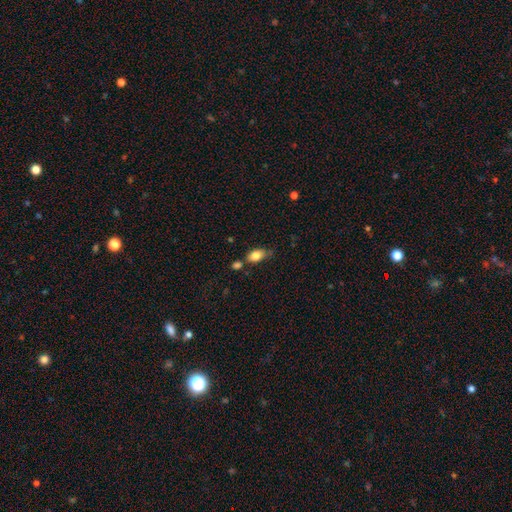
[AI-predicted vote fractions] Smooth or featured? Predicted: smooth (p=0.81). How rounded? Predicted: in between (p=0.83). Merging? Predicted: none (p=0.58).